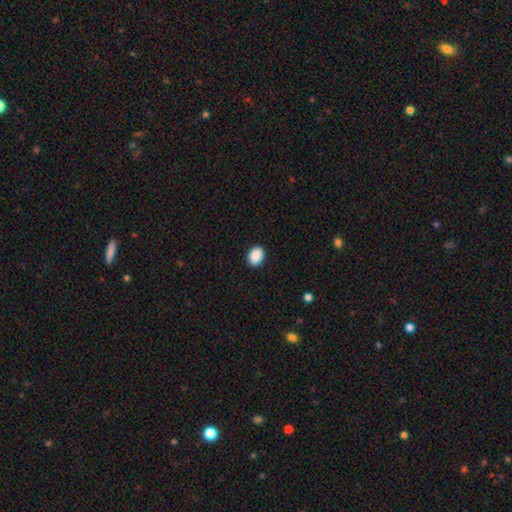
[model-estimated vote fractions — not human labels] Smooth or featured? Predicted: smooth (p=0.90). How rounded? Predicted: in between (p=0.62). Merging? Predicted: none (p=0.91).